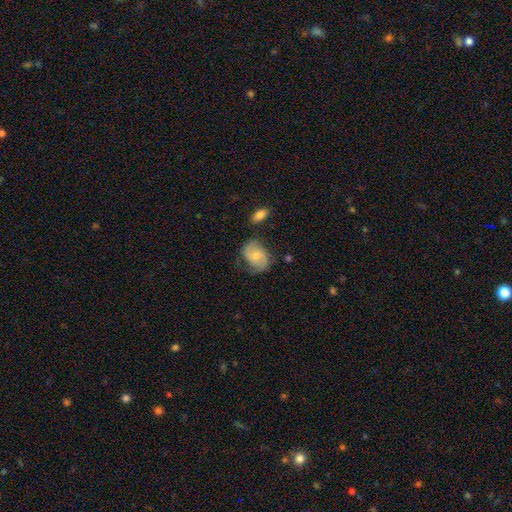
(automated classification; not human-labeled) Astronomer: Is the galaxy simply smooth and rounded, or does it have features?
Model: featured or disk — 50% (runner-up: smooth, 43%).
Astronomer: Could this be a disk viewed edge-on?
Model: no — 97%.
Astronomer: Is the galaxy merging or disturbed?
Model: none — 63%.